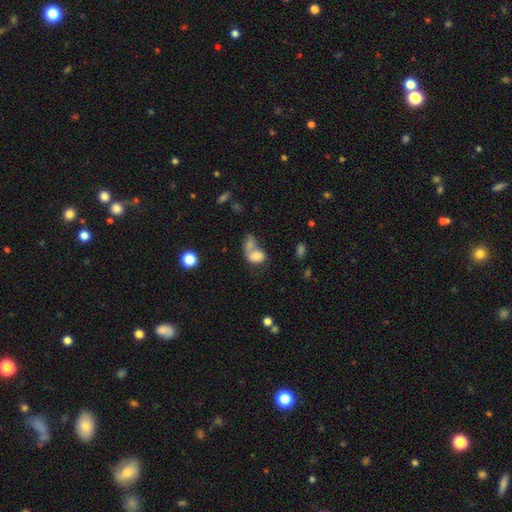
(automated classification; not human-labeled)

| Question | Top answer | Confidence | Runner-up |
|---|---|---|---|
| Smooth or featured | smooth | 76% | featured or disk (14%) |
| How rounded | in between | 80% | round (18%) |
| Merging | merger | 62% | none (20%) |